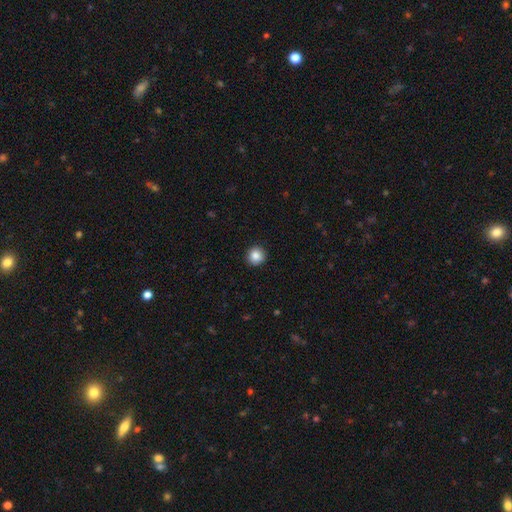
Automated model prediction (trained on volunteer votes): Overall: smooth (87%). How rounded: round (94%). Merging: none (92%).